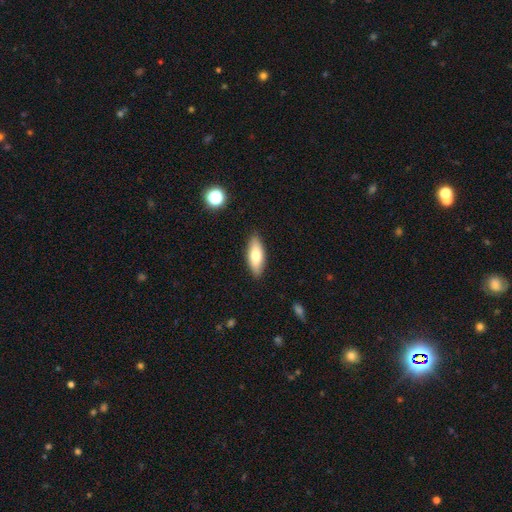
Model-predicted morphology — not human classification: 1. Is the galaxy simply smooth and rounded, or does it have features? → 71% smooth, 23% featured or disk, 7% star or artifact.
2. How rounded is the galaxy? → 73% in between, 25% cigar-shaped, 2% round.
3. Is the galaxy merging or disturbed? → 88% none, 9% minor disturbance, 2% major disturbance, 1% merger.